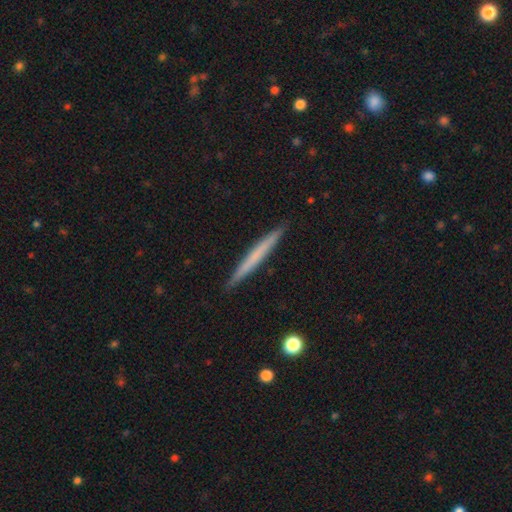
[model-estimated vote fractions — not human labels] This appears to be a smooth galaxy with no disk features (56%) that is cigar-shaped (97%). Merging: none (92%).